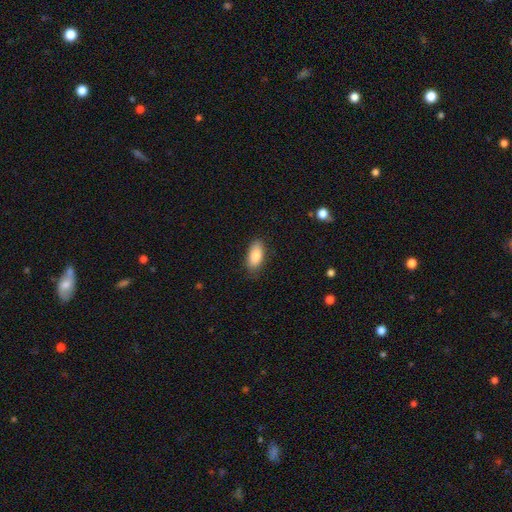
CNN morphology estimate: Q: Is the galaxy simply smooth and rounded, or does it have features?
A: smooth — 85%.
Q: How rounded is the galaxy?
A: in between — 89%.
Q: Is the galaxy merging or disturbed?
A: none — 83%.